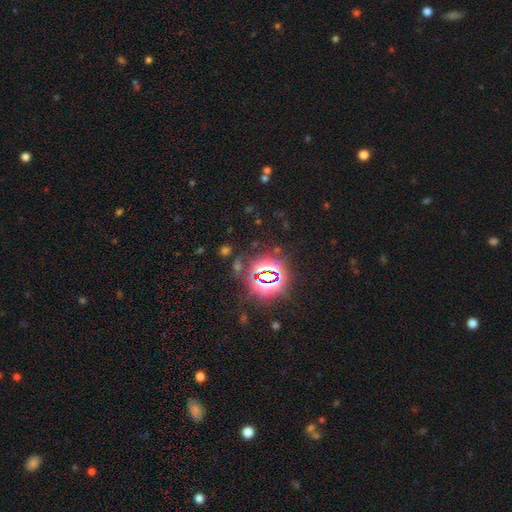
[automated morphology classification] Smooth or featured?
  - star or artifact: 81% *
  - smooth: 11%
  - featured or disk: 8%